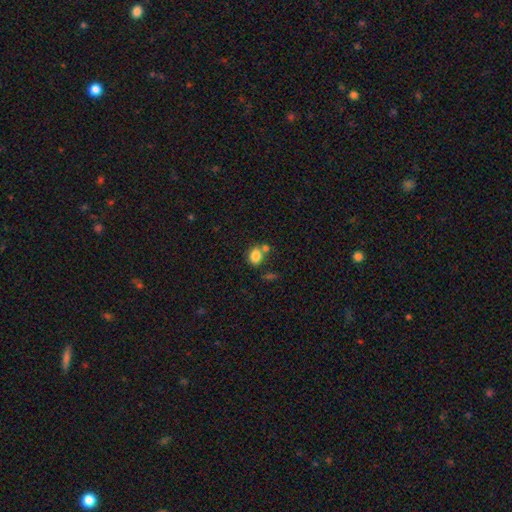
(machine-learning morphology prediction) Smooth or featured?
  - smooth: 83% *
  - star or artifact: 10%
  - featured or disk: 7%
How rounded?
  - in between: 58% *
  - round: 41%
  - cigar-shaped: 1%
Merging?
  - none: 54% *
  - merger: 28%
  - minor disturbance: 14%
  - major disturbance: 5%